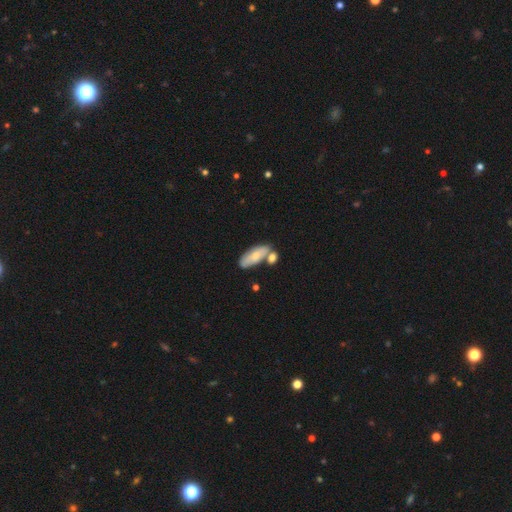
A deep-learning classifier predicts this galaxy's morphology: type=smooth (68%); roundness=in between (80%); merging=none (47%).